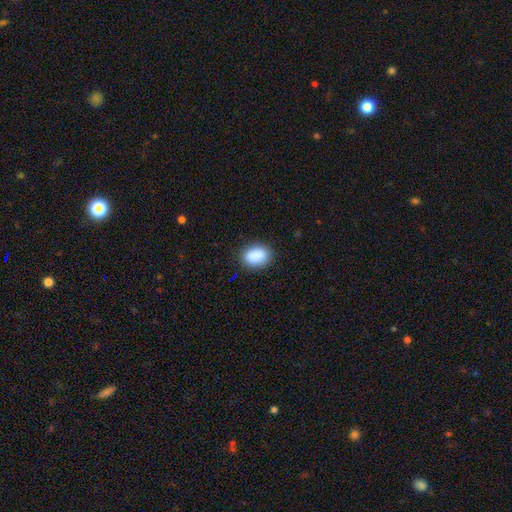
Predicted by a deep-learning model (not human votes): The model was most divided on "how rounded": in between: 76%, round: 22%, cigar-shaped: 1%. More confident: smooth or featured — smooth (89%); merging — none (87%).